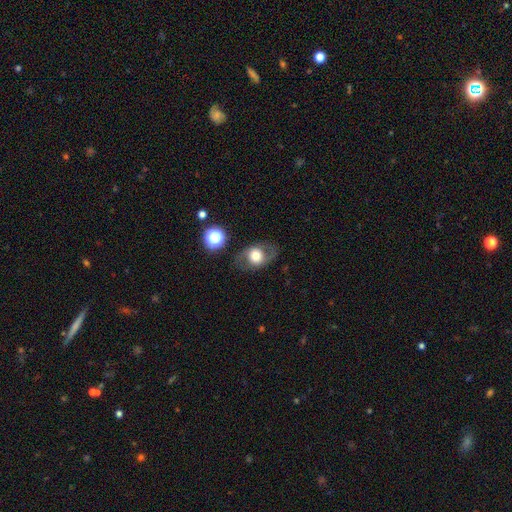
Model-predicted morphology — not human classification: Q: Smooth or featured?
A: smooth (52%); runner-up: featured or disk (39%)
Q: How rounded?
A: round (51%); runner-up: in between (48%)
Q: Merging?
A: none (73%); runner-up: minor disturbance (15%)